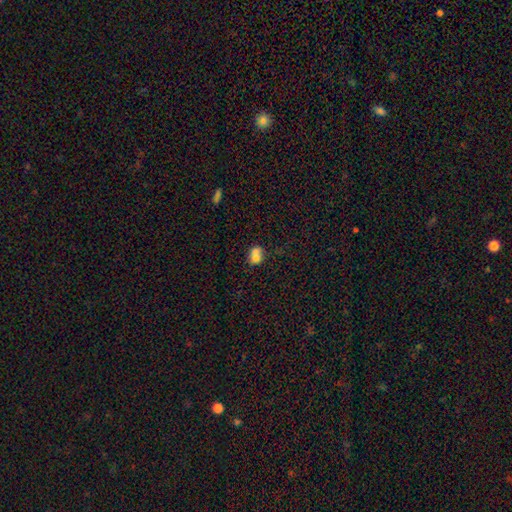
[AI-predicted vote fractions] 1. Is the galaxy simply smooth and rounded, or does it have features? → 70% smooth, 19% featured or disk, 11% star or artifact.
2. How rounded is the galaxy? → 56% round, 42% in between, 1% cigar-shaped.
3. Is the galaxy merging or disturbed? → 62% merger, 24% none, 9% minor disturbance, 5% major disturbance.